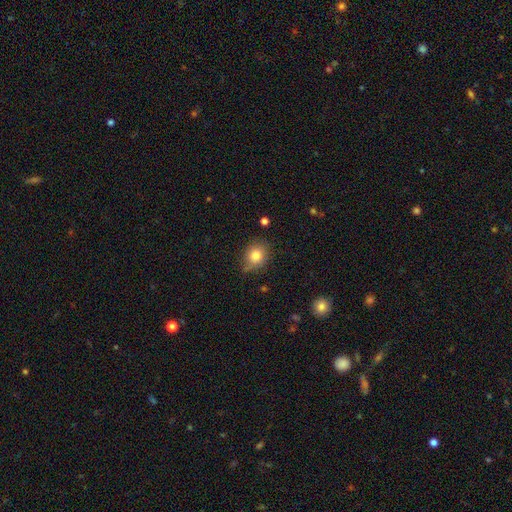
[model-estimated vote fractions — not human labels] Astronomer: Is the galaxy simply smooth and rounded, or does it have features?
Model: smooth — 80%.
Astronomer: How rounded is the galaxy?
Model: round — 64%.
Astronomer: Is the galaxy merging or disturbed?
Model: none — 65%.